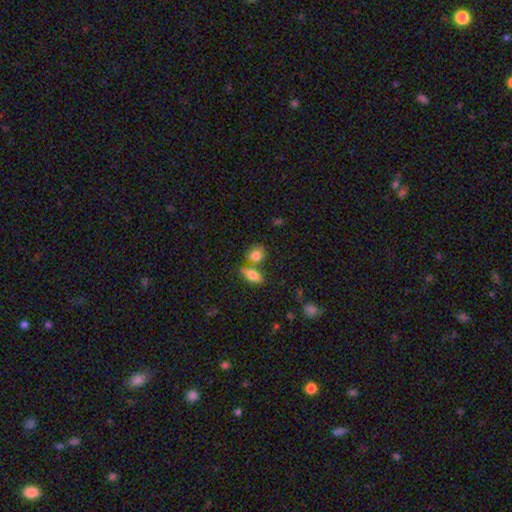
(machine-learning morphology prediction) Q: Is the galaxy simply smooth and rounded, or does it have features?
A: smooth — 82%.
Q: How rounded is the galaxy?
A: in between — 50%.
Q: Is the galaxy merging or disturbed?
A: none — 55%.